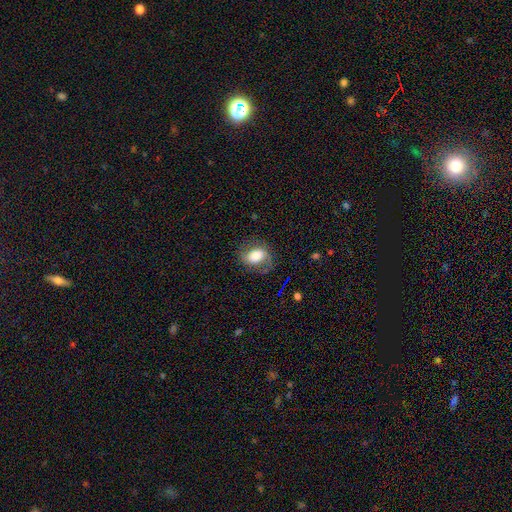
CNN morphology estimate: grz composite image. It shows a smooth galaxy with no disk features (53%) that is in between round and cigar-shaped (64%). Merging: none (66%).